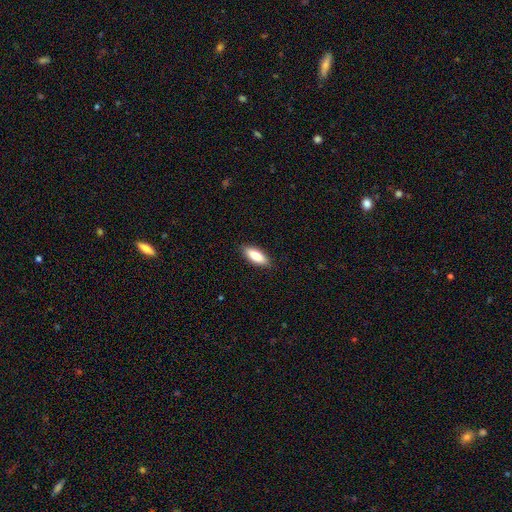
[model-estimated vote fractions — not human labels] A smooth galaxy with no disk features (82%) that is in between round and cigar-shaped (73%). Merging: none (89%).